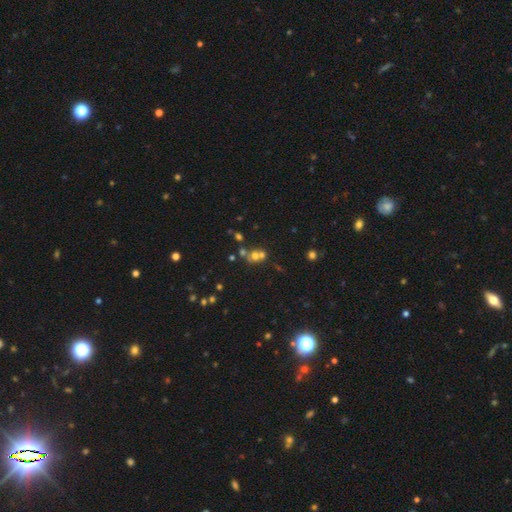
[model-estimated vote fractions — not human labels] smooth-or-featured: smooth: 52% | star or artifact: 25% | featured or disk: 23%
  how-rounded: round: 73% | in between: 25% | cigar-shaped: 1%
  merging: merger: 49% | none: 39% | minor disturbance: 8% | major disturbance: 5%